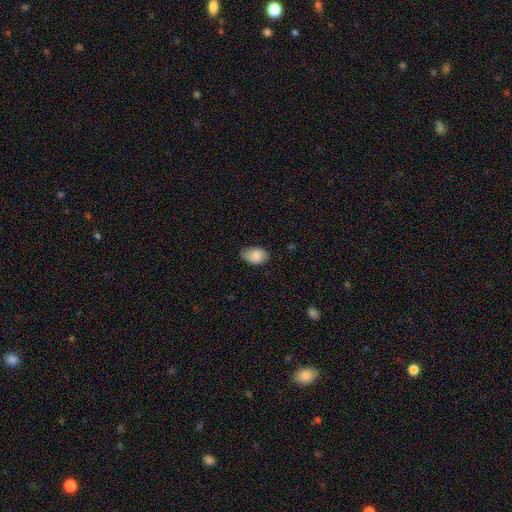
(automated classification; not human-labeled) Smooth or featured? smooth (84%)
How rounded? in between (86%)
Merging? none (69%)